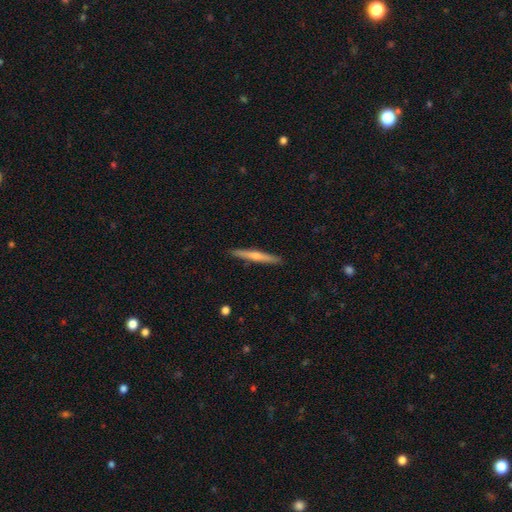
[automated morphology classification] This is likely a featured or disk galaxy (64%). It is clearly viewed edge-on (97%). Edge-on bulge: likely rounded (77%). Merging: clearly none (91%).